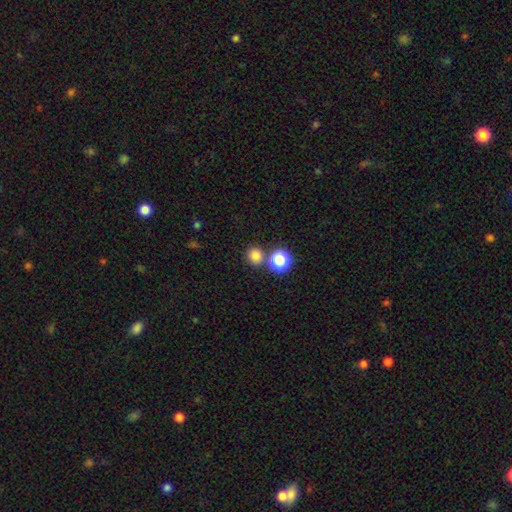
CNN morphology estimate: smooth-or-featured: smooth: 78% | star or artifact: 17% | featured or disk: 5%
  how-rounded: round: 87% | in between: 12% | cigar-shaped: 1%
  merging: none: 76% | merger: 15% | minor disturbance: 7% | major disturbance: 3%